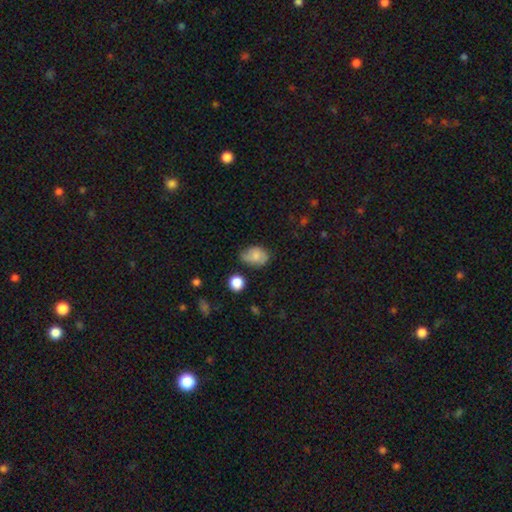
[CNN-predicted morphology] smooth_or_featured: smooth (p=0.74) [alt: featured or disk p=0.16]
how_rounded: in between (p=0.77) [alt: round p=0.22]
merging: none (p=0.51) [alt: minor disturbance p=0.36]